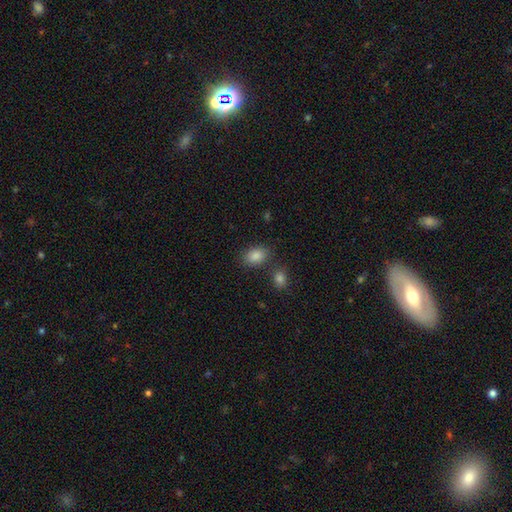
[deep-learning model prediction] smooth-or-featured: smooth: 85% | star or artifact: 9% | featured or disk: 5%
  how-rounded: in between: 83% | round: 16% | cigar-shaped: 1%
  merging: none: 75% | minor disturbance: 11% | merger: 10% | major disturbance: 4%